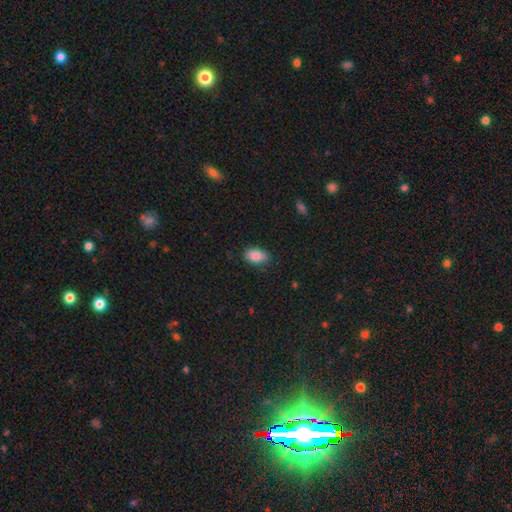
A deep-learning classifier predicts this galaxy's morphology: Smooth or featured? Predicted: smooth (p=0.87). How rounded? Predicted: in between (p=0.91). Merging? Predicted: none (p=0.81).